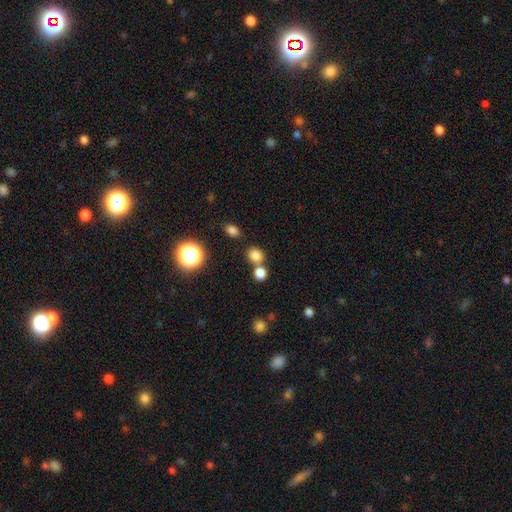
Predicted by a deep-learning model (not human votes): Smooth or featured? Predicted: smooth (p=0.78). How rounded? Predicted: round (p=0.73). Merging? Predicted: none (p=0.60).